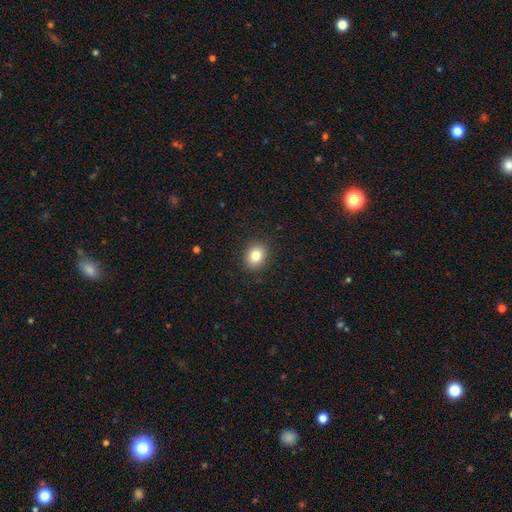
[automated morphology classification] This appears to be a smooth galaxy with no disk features (82%) that is round (53%). Merging: none (89%).